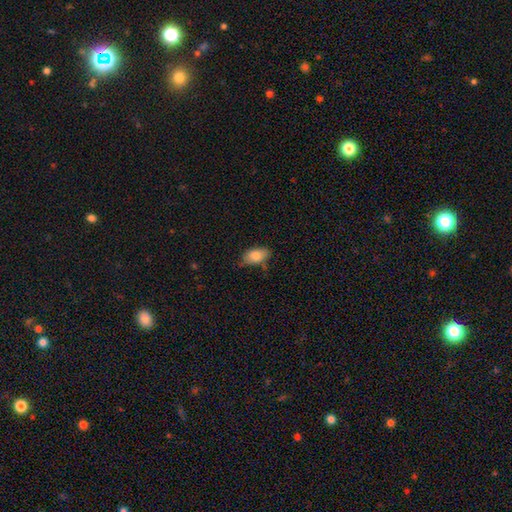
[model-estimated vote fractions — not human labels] This is clearly a smooth galaxy (82%). How rounded: clearly in between (92%). Merging: likely none (67%).